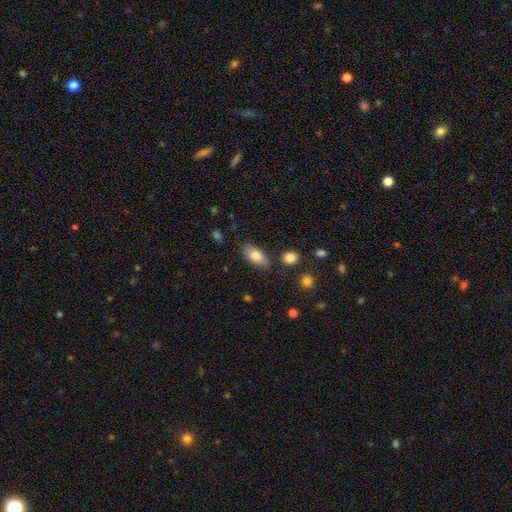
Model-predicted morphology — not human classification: smooth 79%, featured or disk 14%, star or artifact 7%. Down the decision tree: how rounded — in between (90%); merging — none (81%).